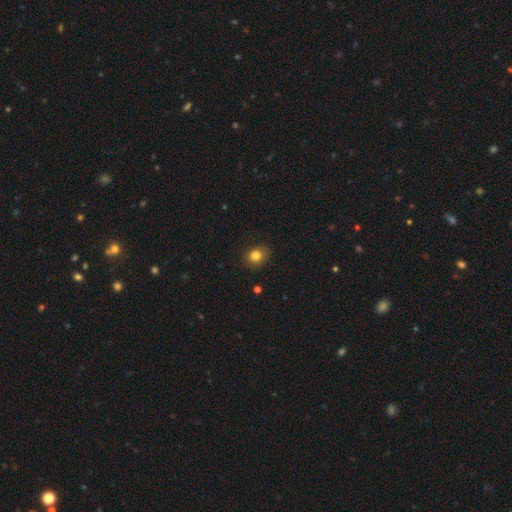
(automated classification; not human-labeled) A smooth galaxy with no disk features (82%) that is round (65%). Merging: none (86%).